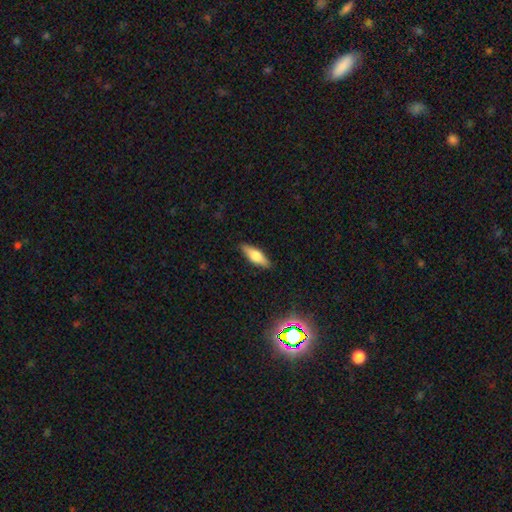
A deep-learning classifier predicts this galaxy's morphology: A smooth galaxy with no disk features (62%) that is in between round and cigar-shaped (56%).

Vote fractions:
- Smooth or featured? smooth: 62% / featured or disk: 31% / star or artifact: 7%
- How rounded? in between: 56% / cigar-shaped: 42% / round: 2%
- Merging? none: 88% / minor disturbance: 9% / major disturbance: 2% / merger: 1%